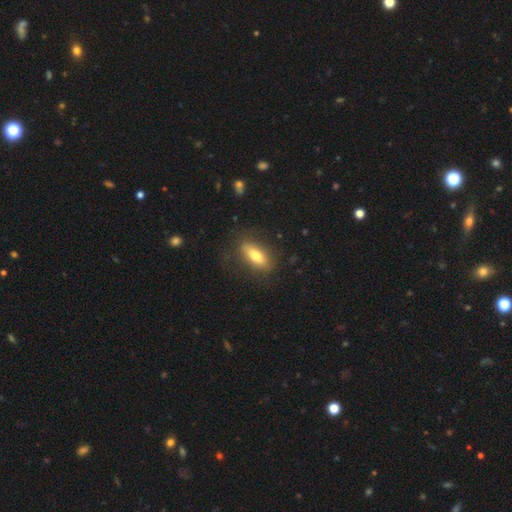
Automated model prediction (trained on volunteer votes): A smooth galaxy with no disk features (69%) that is in between round and cigar-shaped (74%).

Vote fractions:
- Smooth or featured? smooth: 69% / featured or disk: 24% / star or artifact: 7%
- How rounded? in between: 74% / cigar-shaped: 23% / round: 4%
- Merging? none: 77% / minor disturbance: 15% / major disturbance: 7% / merger: 1%